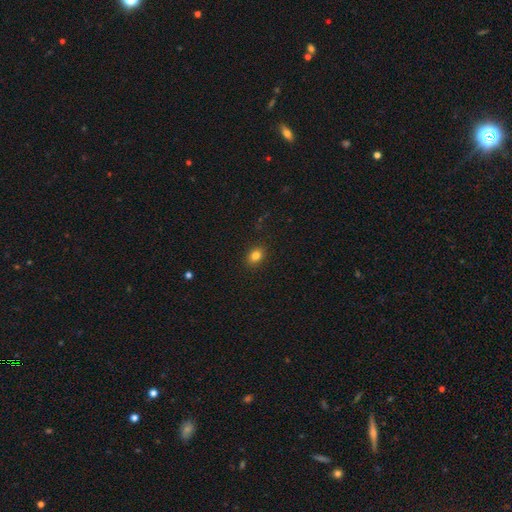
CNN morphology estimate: Smooth or featured?
  - smooth: 82% *
  - star or artifact: 11%
  - featured or disk: 7%
How rounded?
  - in between: 60% *
  - round: 39%
  - cigar-shaped: 1%
Merging?
  - none: 89% *
  - minor disturbance: 8%
  - major disturbance: 2%
  - merger: 1%